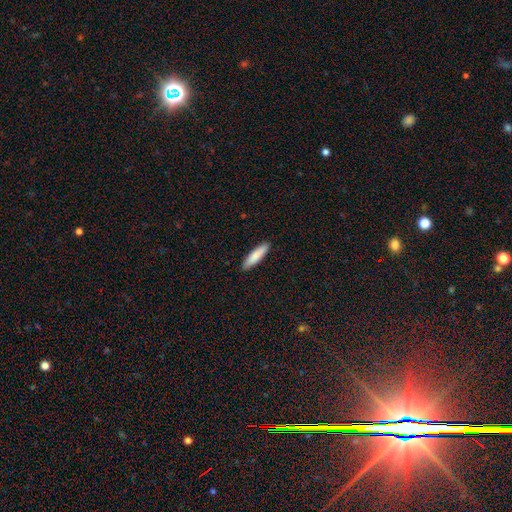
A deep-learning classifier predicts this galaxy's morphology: Smooth or featured? Predicted: smooth (p=0.84). How rounded? Predicted: cigar-shaped (p=0.78). Merging? Predicted: none (p=0.91).